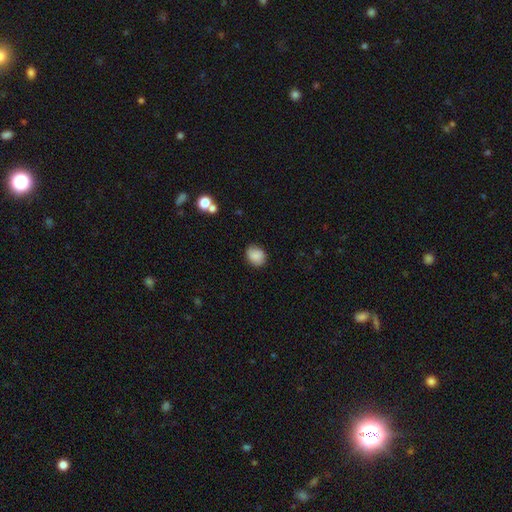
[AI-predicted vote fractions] Smooth or featured: smooth — 87% (star or artifact — 8%)
How rounded: round — 59% (in between — 40%)
Merging: none — 84% (minor disturbance — 12%)